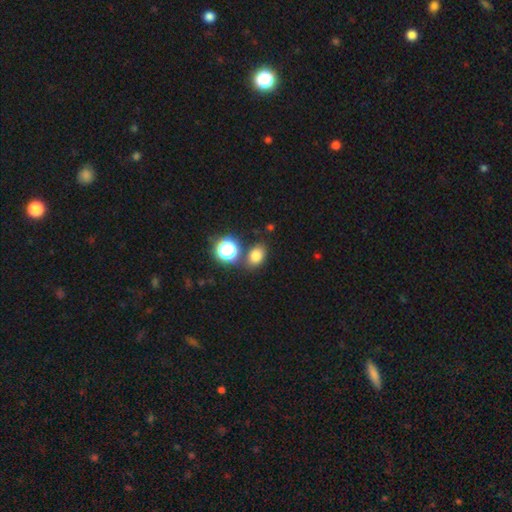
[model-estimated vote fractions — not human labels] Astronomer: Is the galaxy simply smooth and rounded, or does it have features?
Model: smooth — 76%.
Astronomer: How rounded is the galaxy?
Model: in between — 65%.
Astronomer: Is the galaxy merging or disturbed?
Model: none — 76%.